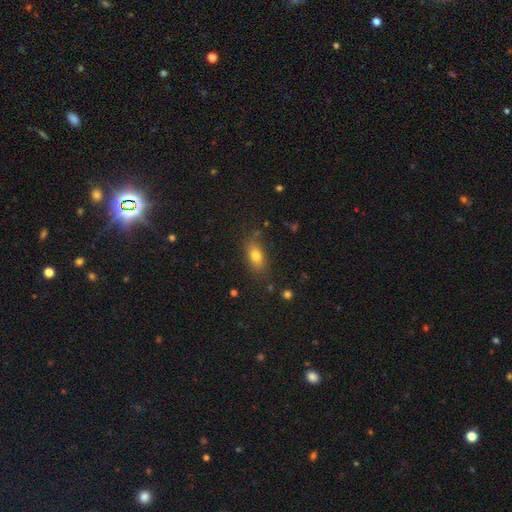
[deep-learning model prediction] Q: Smooth or featured?
A: smooth (79%); runner-up: featured or disk (11%)
Q: How rounded?
A: in between (83%); runner-up: round (10%)
Q: Merging?
A: none (80%); runner-up: minor disturbance (14%)